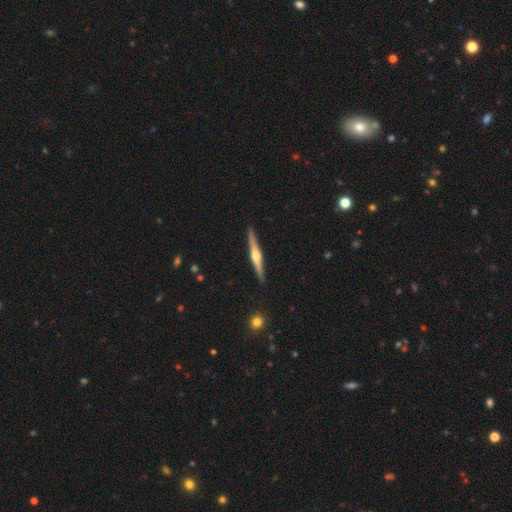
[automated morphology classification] featured or disk 74%, smooth 21%, star or artifact 5%. Down the decision tree: edge-on disk — yes (98%); edge-on bulge — rounded (89%); merging — none (91%).